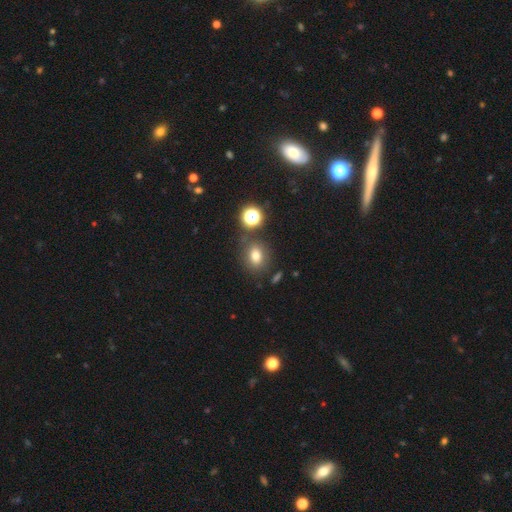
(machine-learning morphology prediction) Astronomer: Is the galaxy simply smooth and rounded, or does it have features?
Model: smooth — 74%.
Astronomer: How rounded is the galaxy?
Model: in between — 50% (runner-up: round, 48%).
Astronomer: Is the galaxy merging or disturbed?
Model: none — 76%.